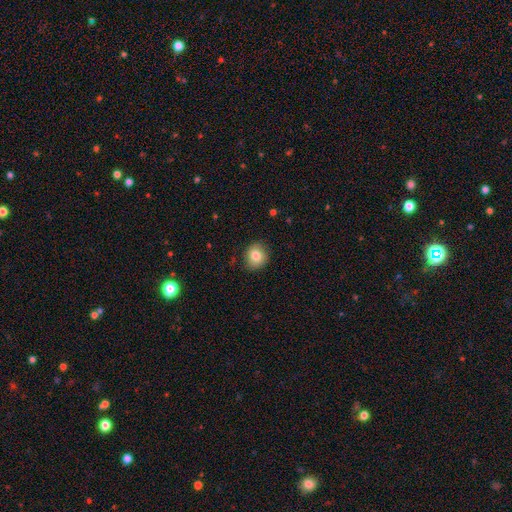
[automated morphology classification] smooth_or_featured: smooth (p=0.82) [alt: star or artifact p=0.09]
how_rounded: round (p=0.81) [alt: in between p=0.18]
merging: none (p=0.85) [alt: minor disturbance p=0.11]